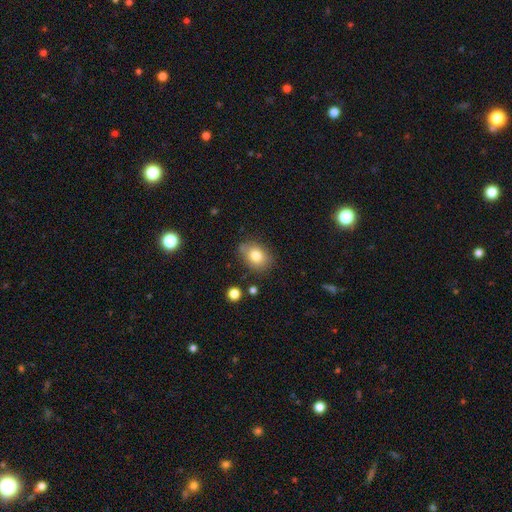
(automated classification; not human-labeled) This appears to be a smooth galaxy with no disk features (79%) that is in between round and cigar-shaped (70%). Merging: none (76%).